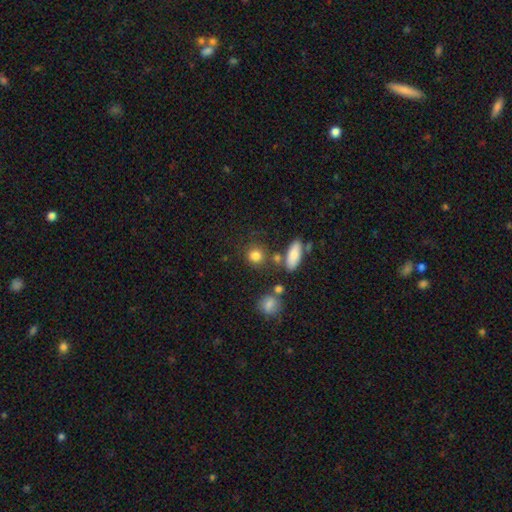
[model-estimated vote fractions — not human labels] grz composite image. It shows a smooth galaxy with no disk features (82%) that is round (80%). Merging: none (71%).